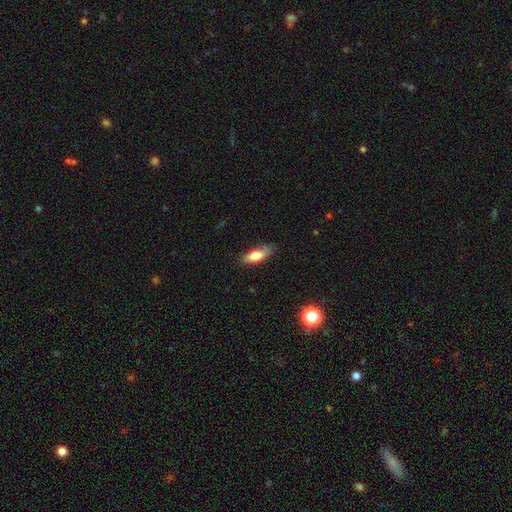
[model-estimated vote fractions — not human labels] Smooth or featured? smooth (74%)
How rounded? in between (65%)
Merging? none (76%)